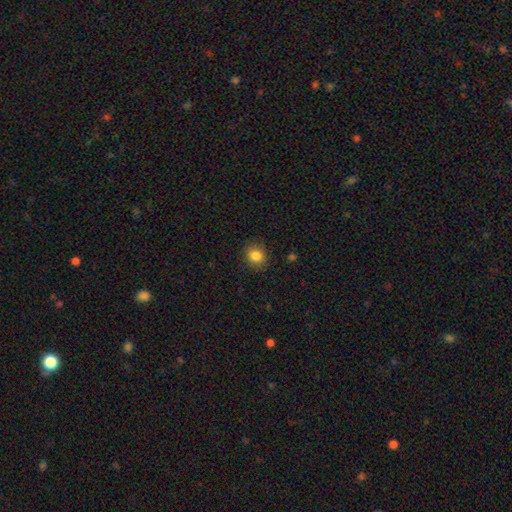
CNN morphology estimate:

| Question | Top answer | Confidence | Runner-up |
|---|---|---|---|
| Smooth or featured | smooth | 85% | star or artifact (10%) |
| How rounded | round | 67% | in between (32%) |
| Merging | none | 85% | minor disturbance (11%) |